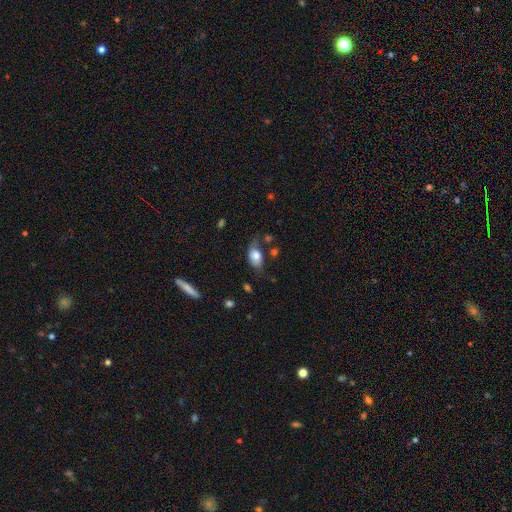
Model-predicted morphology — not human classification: The model was most divided on "merging": none: 46%, minor disturbance: 33%, major disturbance: 16%, merger: 5%. More confident: how rounded — in between (87%); smooth or featured — smooth (74%).